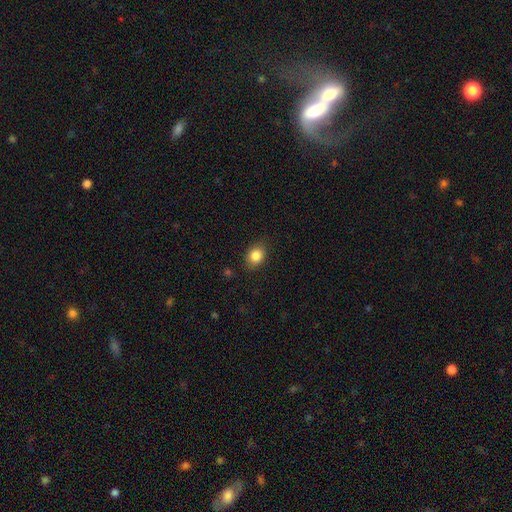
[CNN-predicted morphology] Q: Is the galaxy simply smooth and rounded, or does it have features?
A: smooth — 85%.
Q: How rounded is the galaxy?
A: in between — 57%.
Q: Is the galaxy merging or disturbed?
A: none — 85%.